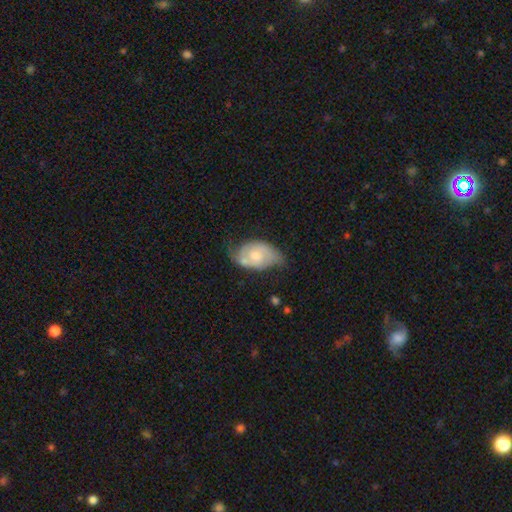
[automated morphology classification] A featured or disk galaxy (60%) with no bar (67%), spiral arms (81%) and a moderate central bulge (55%). Merging: none (48%).